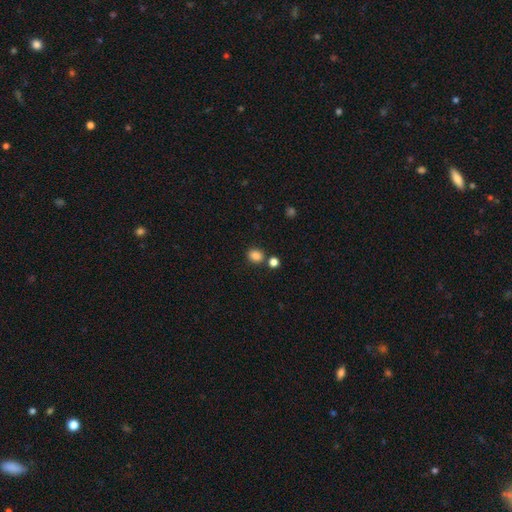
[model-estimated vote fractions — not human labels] Morphology: type=smooth (85%); roundness=round (60%); merging=none (76%).